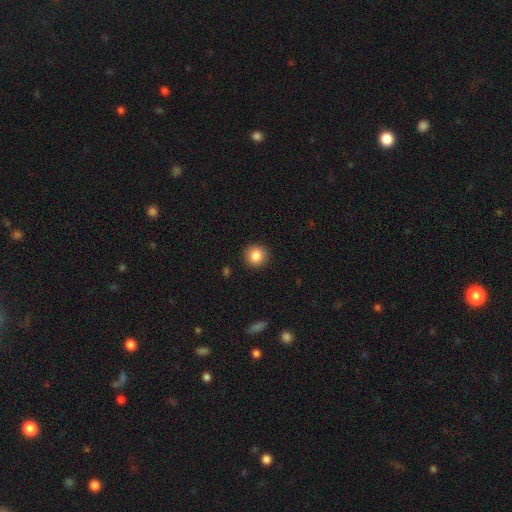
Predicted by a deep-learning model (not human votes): This appears to be a smooth galaxy with no disk features (86%) that is round (92%). Merging: none (91%).